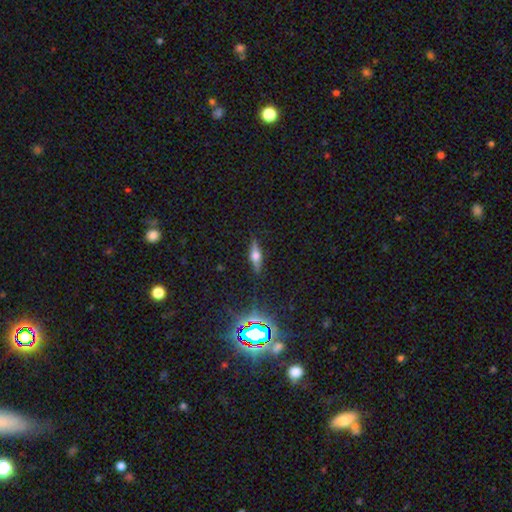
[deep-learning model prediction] Smooth or featured? Predicted: featured or disk (p=0.56). Edge-on disk? Predicted: yes (p=0.94). Edge-on bulge? Predicted: rounded (p=0.92). Merging? Predicted: none (p=0.87).